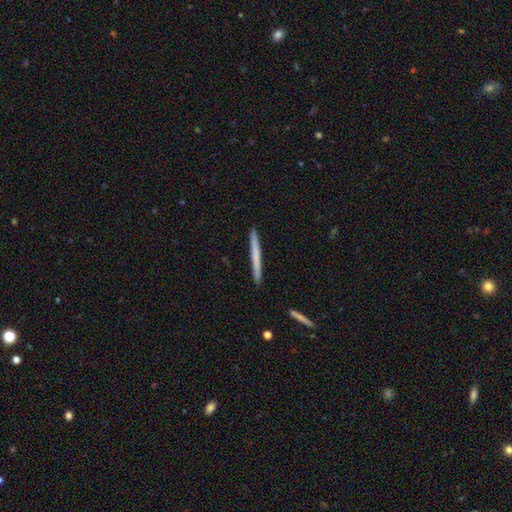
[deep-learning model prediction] Q: Smooth or featured?
A: smooth (62%); runner-up: featured or disk (32%)
Q: How rounded?
A: cigar-shaped (97%); runner-up: in between (1%)
Q: Merging?
A: none (93%); runner-up: minor disturbance (5%)